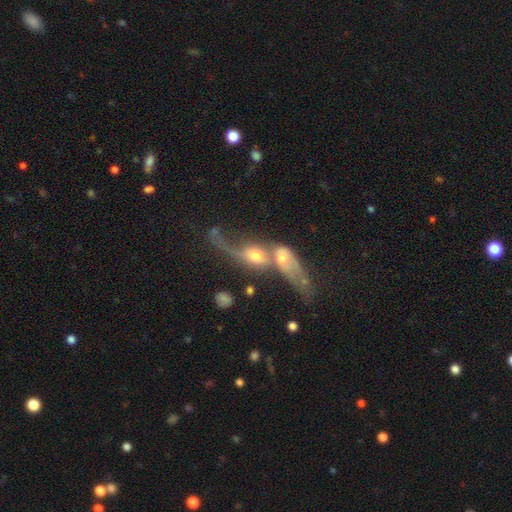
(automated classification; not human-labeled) This appears to be a featured or disk galaxy (57%). Merging: merger (80%).